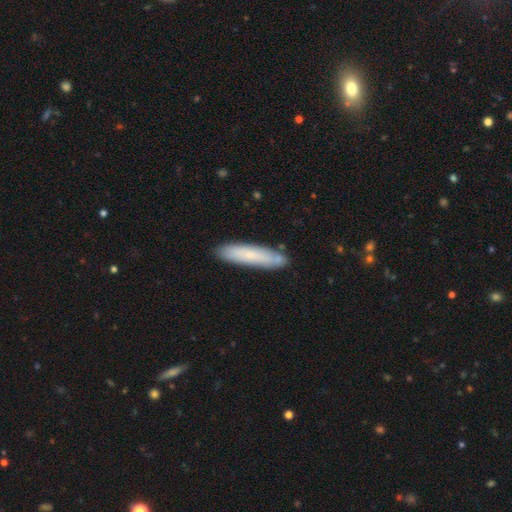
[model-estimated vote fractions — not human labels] This appears to be a smooth galaxy with no disk features (68%) that is cigar-shaped (85%). Merging: none (84%).